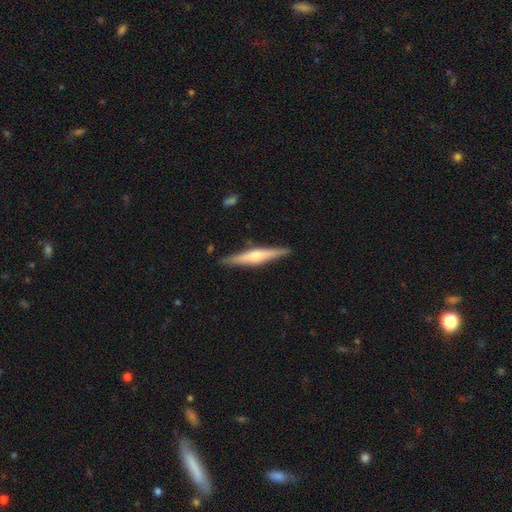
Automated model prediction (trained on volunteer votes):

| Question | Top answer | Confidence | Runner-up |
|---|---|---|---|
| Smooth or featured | featured or disk | 66% | smooth (29%) |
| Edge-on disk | yes | 97% | no (3%) |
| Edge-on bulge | rounded | 75% | boxy (16%) |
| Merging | none | 89% | minor disturbance (8%) |